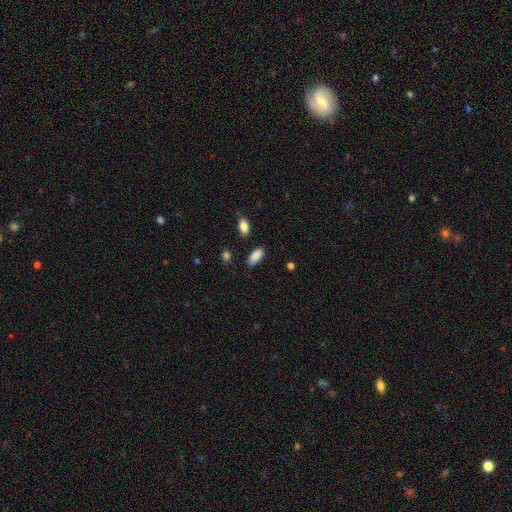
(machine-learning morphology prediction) Smooth or featured? smooth (88%)
How rounded? in between (87%)
Merging? none (82%)